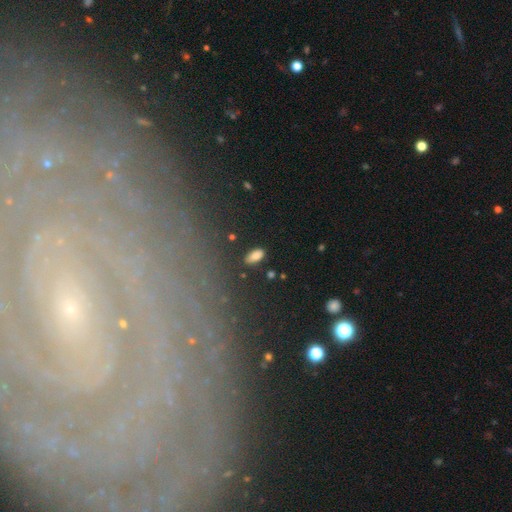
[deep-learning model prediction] The model was most divided on "smooth or featured": smooth: 83%, star or artifact: 11%, featured or disk: 6%. More confident: how rounded — in between (89%); merging — none (87%).